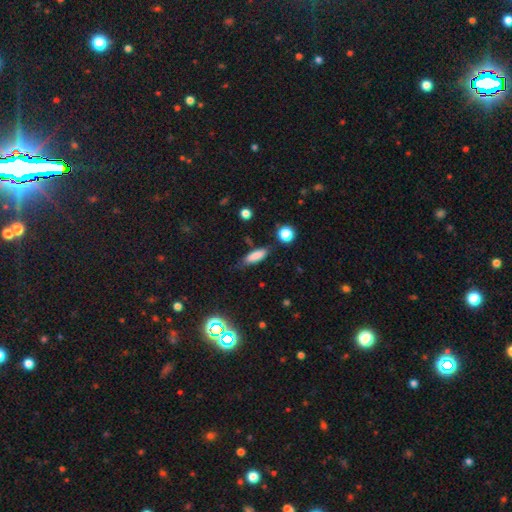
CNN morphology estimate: Smooth or featured? Predicted: smooth (p=0.81). How rounded? Predicted: in between (p=0.52). Merging? Predicted: none (p=0.73).